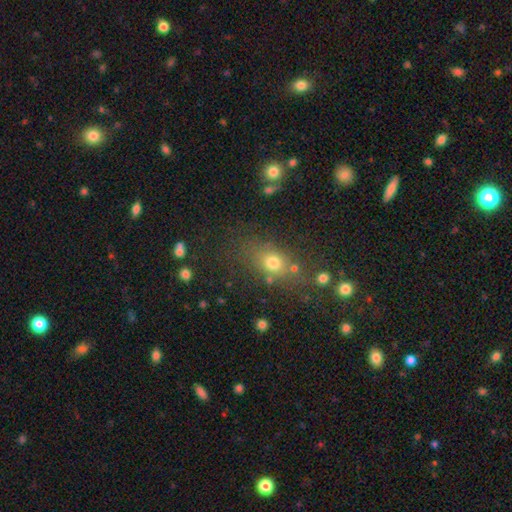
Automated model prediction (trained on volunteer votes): Smooth or featured? smooth (58%)
How rounded? round (48%)
Merging? none (69%)